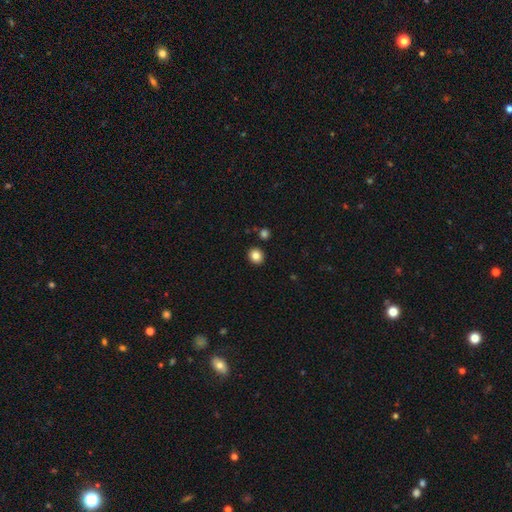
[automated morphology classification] Q: Smooth or featured?
A: smooth (85%); runner-up: star or artifact (10%)
Q: How rounded?
A: round (75%); runner-up: in between (25%)
Q: Merging?
A: none (89%); runner-up: minor disturbance (6%)